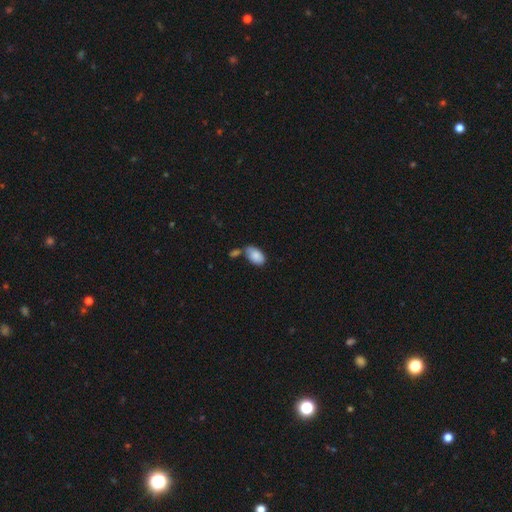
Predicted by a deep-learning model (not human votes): Smooth or featured? Predicted: smooth (p=0.86). How rounded? Predicted: in between (p=0.94). Merging? Predicted: none (p=0.48).